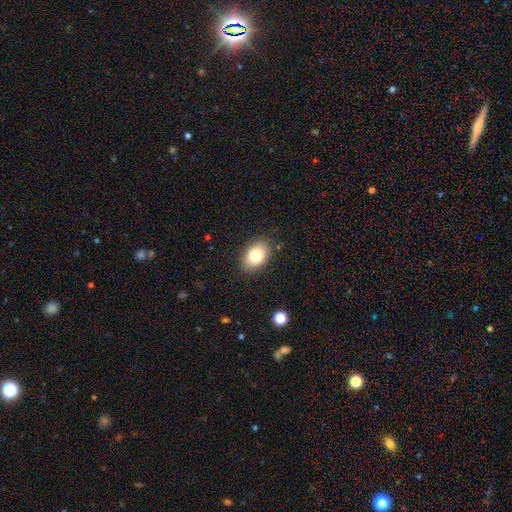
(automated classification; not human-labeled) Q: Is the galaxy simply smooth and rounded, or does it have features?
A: smooth — 80%.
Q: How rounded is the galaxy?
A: in between — 84%.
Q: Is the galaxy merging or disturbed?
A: none — 86%.